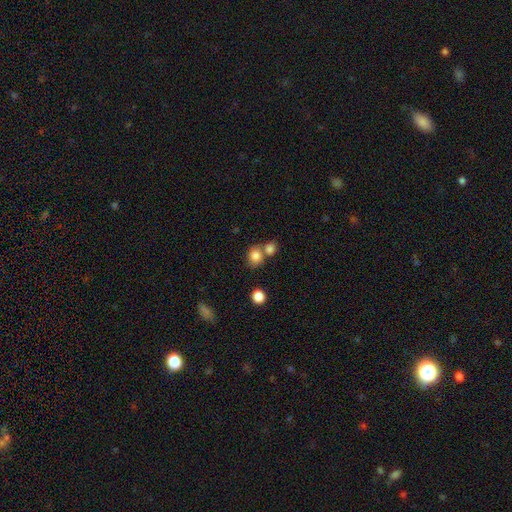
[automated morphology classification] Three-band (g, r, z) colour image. It shows a smooth galaxy with no disk features (82%) that is round (74%). Merging: none (49%).